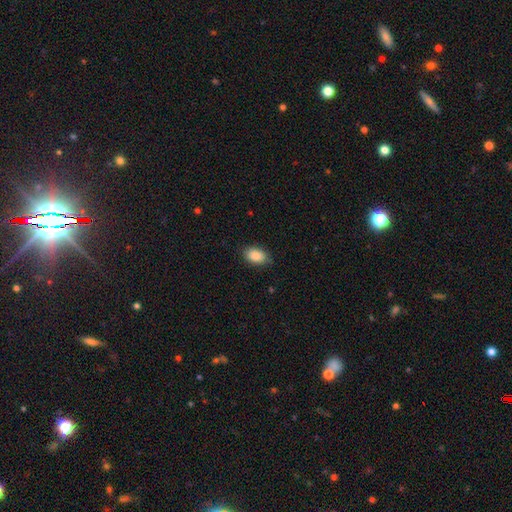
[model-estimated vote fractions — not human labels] Overall: smooth (88%). How rounded: in between (88%). Merging: none (80%).